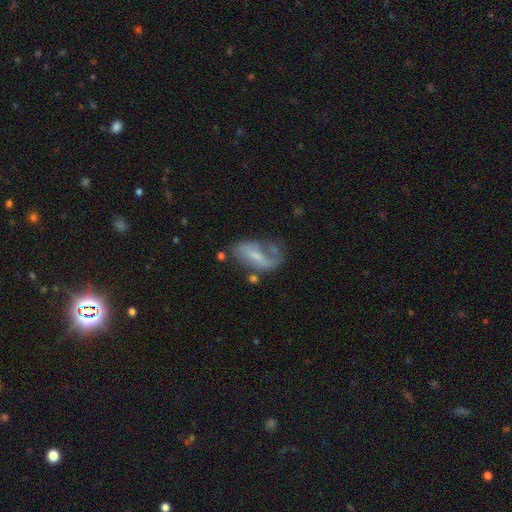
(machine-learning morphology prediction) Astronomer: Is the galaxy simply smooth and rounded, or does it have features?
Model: featured or disk — 59%.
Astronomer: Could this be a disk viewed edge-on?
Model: no — 92%.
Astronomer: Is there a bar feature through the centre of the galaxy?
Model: weak — 41% (runner-up: no, 32%).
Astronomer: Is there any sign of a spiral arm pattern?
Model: yes — 68%.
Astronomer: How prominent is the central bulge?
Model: small — 49% (runner-up: moderate, 26%).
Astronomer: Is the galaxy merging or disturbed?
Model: none — 38% (runner-up: major disturbance, 30%).